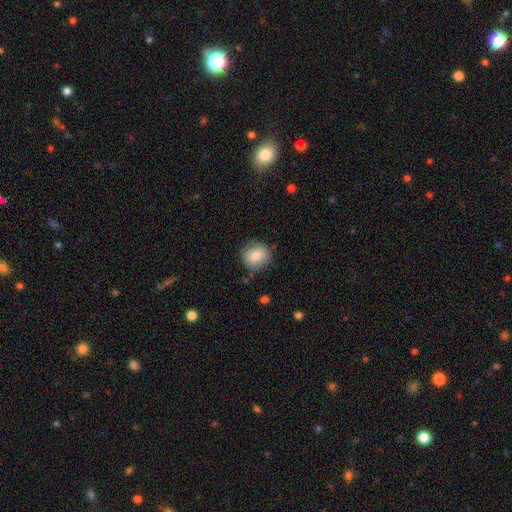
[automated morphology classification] smooth 80%, featured or disk 12%, star or artifact 8%. Down the decision tree: how rounded — round (88%); merging — none (81%).